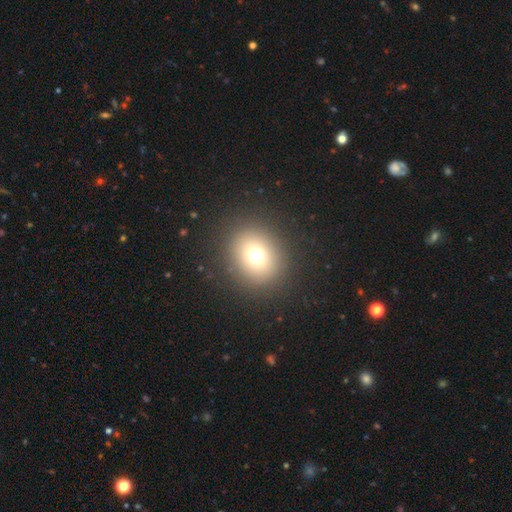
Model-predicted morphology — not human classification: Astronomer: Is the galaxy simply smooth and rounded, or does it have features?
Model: smooth — 71%.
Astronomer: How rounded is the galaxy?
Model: round — 72%.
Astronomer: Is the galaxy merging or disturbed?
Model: none — 89%.